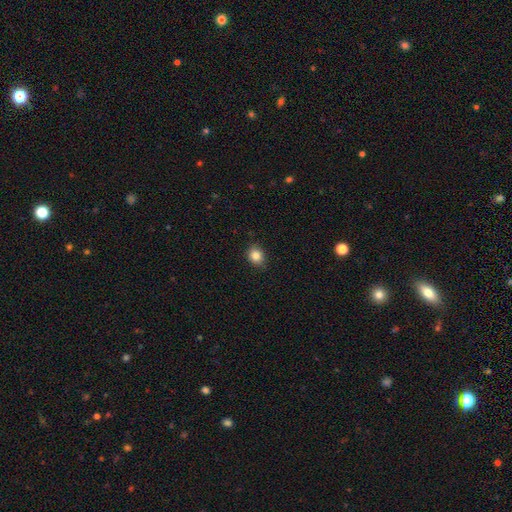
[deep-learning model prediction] Smooth or featured? Predicted: smooth (p=0.85). How rounded? Predicted: round (p=0.63). Merging? Predicted: none (p=0.88).